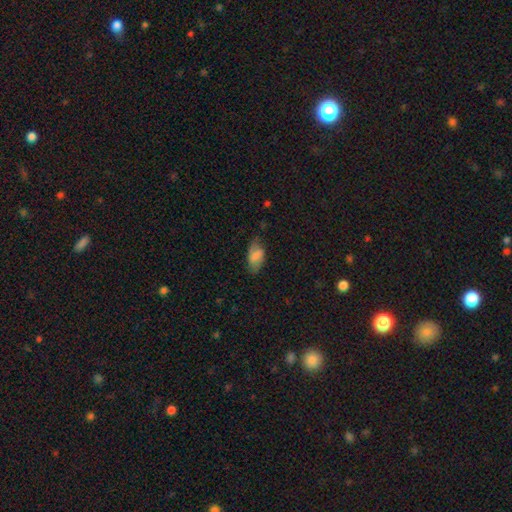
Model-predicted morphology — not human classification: Q: Smooth or featured?
A: smooth (71%); runner-up: featured or disk (22%)
Q: How rounded?
A: in between (92%); runner-up: cigar-shaped (4%)
Q: Merging?
A: none (65%); runner-up: minor disturbance (25%)